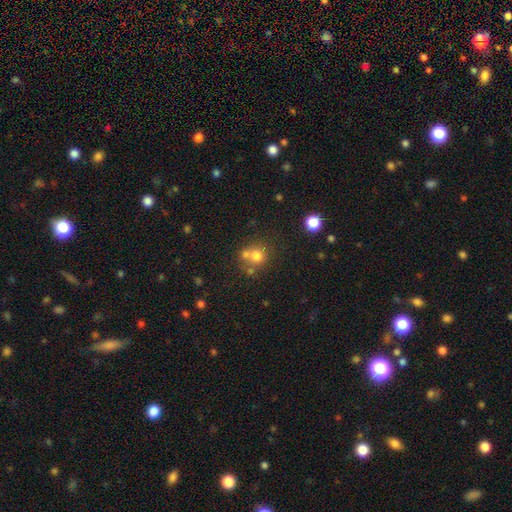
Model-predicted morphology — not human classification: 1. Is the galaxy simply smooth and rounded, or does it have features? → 71% smooth, 15% star or artifact, 14% featured or disk.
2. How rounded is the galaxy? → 85% round, 15% in between, 1% cigar-shaped.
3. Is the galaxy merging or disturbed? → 48% none, 38% merger, 10% minor disturbance, 4% major disturbance.